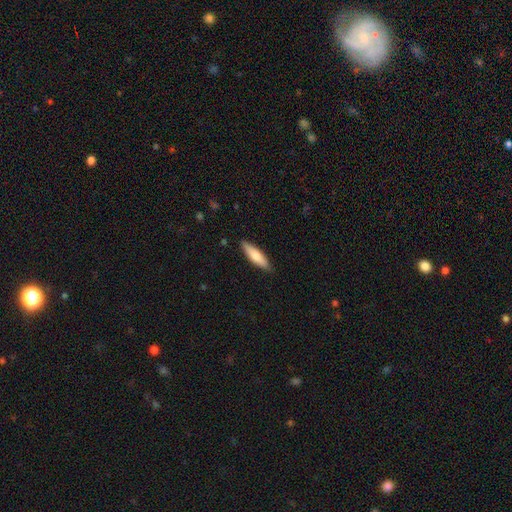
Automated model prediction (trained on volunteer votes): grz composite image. It shows a smooth galaxy with no disk features (72%) that is cigar-shaped (66%). Merging: none (88%).